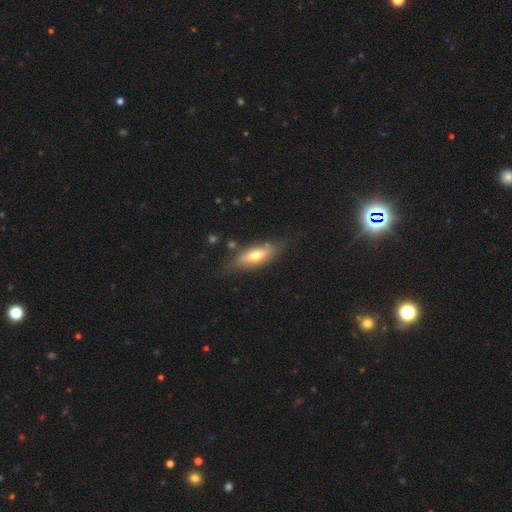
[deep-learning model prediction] Smooth or featured? smooth (48%)
Merging? none (72%)